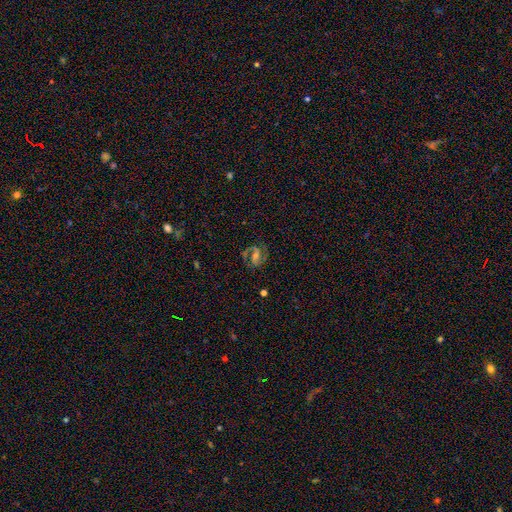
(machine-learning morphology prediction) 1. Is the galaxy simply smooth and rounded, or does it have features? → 79% featured or disk, 12% star or artifact, 9% smooth.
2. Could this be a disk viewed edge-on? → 97% no, 3% yes.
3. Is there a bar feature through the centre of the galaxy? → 46% weak, 31% strong, 23% no.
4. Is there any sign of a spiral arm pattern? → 96% yes, 4% no.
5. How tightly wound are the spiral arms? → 56% medium, 30% tight, 14% loose.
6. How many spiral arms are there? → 91% 2, 3% can't tell, 2% 3, 2% 1, 1% 4, 1% more than 4.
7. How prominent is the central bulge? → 47% moderate, 39% small, 7% large, 5% none, 2% dominant.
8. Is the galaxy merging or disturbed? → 82% none, 11% minor disturbance, 5% major disturbance, 2% merger.